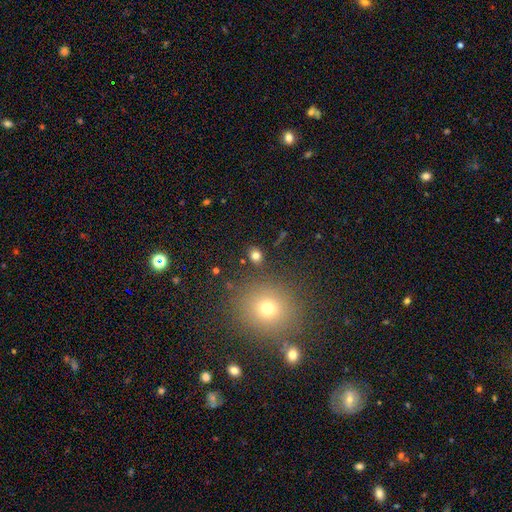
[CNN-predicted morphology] Smooth or featured? smooth (77%)
How rounded? round (59%)
Merging? none (83%)